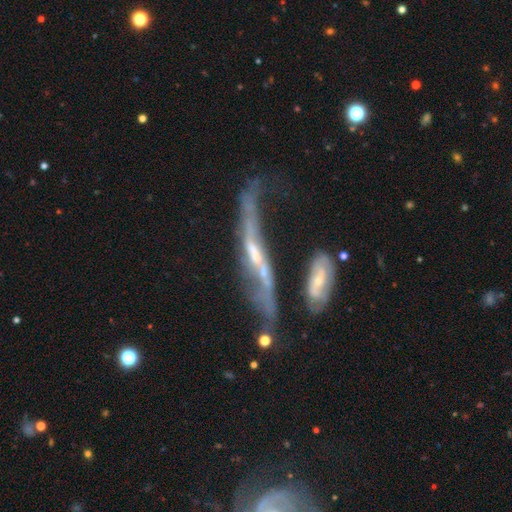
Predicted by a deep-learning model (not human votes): smooth_or_featured: featured or disk (p=0.78) [alt: smooth p=0.13]
disk_edge_on: no (p=0.51) [alt: yes p=0.49]
merging: none (p=0.29) [alt: merger p=0.26]